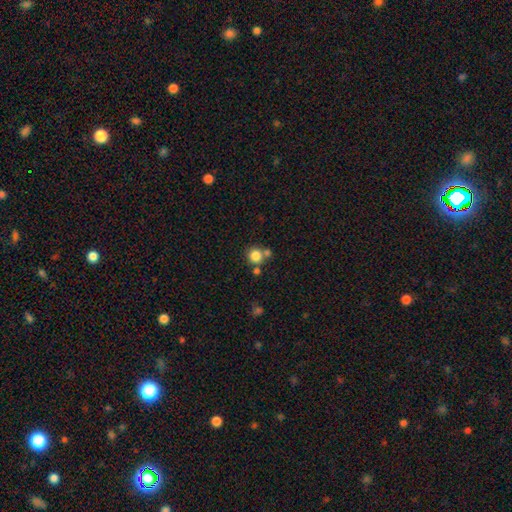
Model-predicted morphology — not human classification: Smooth or featured? smooth (82%)
How rounded? round (91%)
Merging? none (62%)